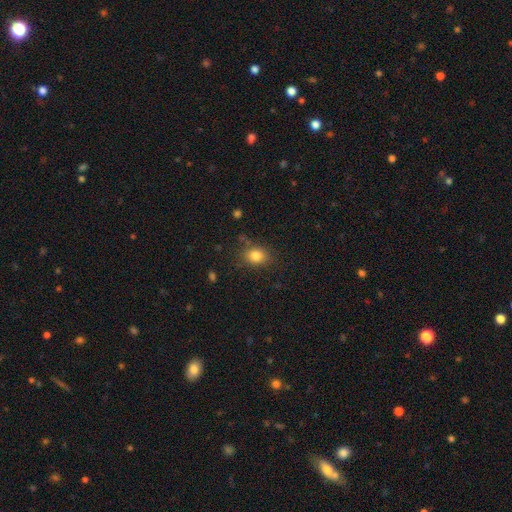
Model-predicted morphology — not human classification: Smooth or featured? Predicted: smooth (p=0.83). How rounded? Predicted: round (p=0.51). Merging? Predicted: none (p=0.78).